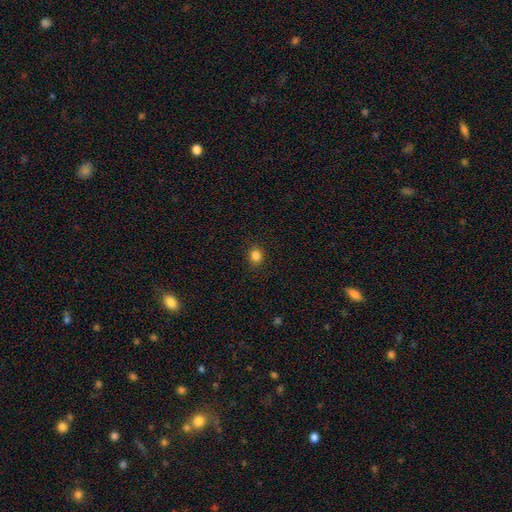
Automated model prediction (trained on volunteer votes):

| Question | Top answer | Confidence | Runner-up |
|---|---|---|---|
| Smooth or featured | smooth | 84% | star or artifact (12%) |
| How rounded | round | 61% | in between (38%) |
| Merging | none | 89% | minor disturbance (8%) |